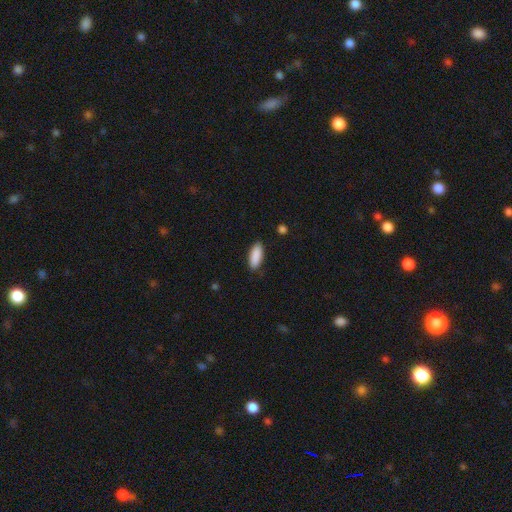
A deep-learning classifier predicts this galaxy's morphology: smooth 90%, star or artifact 6%, featured or disk 4%. Down the decision tree: how rounded — in between (77%); merging — none (86%).